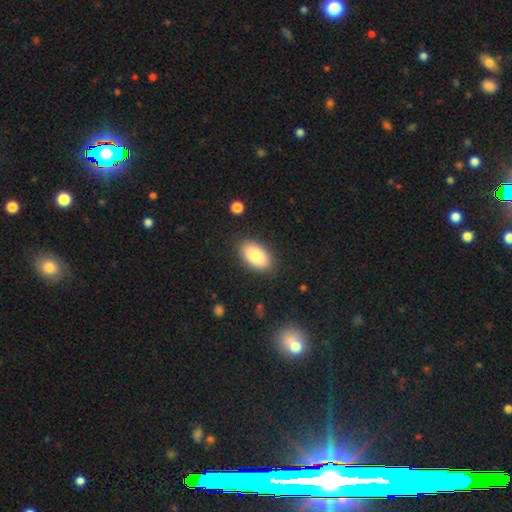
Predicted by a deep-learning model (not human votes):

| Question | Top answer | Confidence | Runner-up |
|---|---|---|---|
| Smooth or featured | smooth | 84% | featured or disk (10%) |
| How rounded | in between | 94% | round (4%) |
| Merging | none | 86% | minor disturbance (10%) |